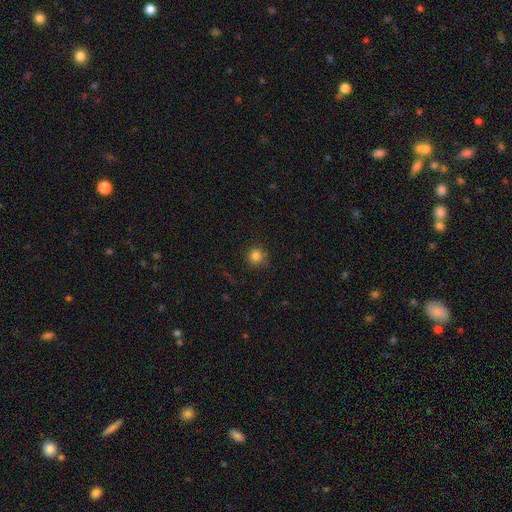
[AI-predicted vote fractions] smooth_or_featured: smooth (p=0.83) [alt: star or artifact p=0.13]
how_rounded: round (p=0.93) [alt: in between p=0.06]
merging: none (p=0.85) [alt: minor disturbance p=0.11]